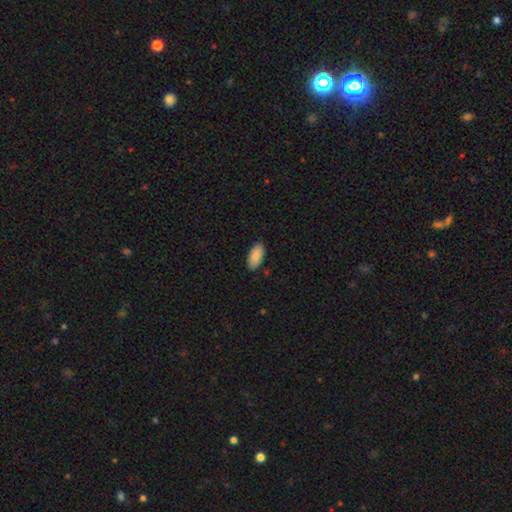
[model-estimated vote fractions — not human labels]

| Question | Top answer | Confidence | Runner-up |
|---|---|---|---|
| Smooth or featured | smooth | 88% | star or artifact (6%) |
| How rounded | in between | 93% | cigar-shaped (5%) |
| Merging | none | 87% | minor disturbance (10%) |